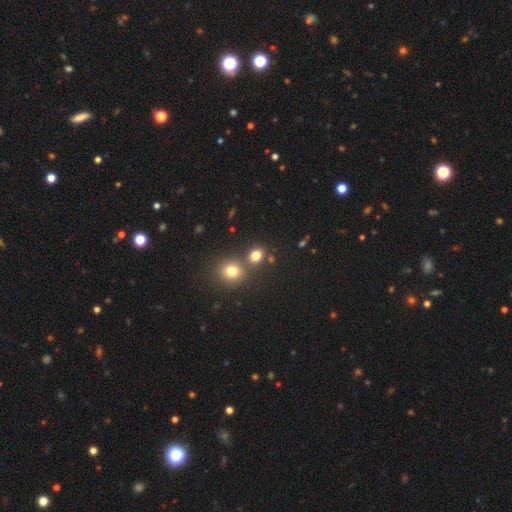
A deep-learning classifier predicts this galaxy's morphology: Smooth or featured? Predicted: smooth (p=0.78). How rounded? Predicted: round (p=0.62). Merging? Predicted: none (p=0.64).